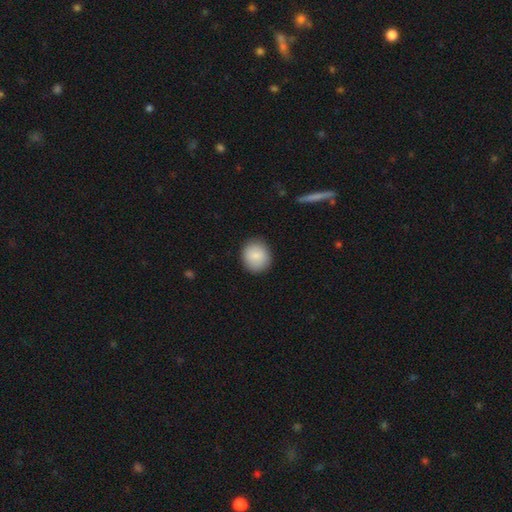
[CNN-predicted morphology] The model was most divided on "how rounded": round: 83%, in between: 16%, cigar-shaped: 1%. More confident: merging — none (88%); smooth or featured — smooth (87%).